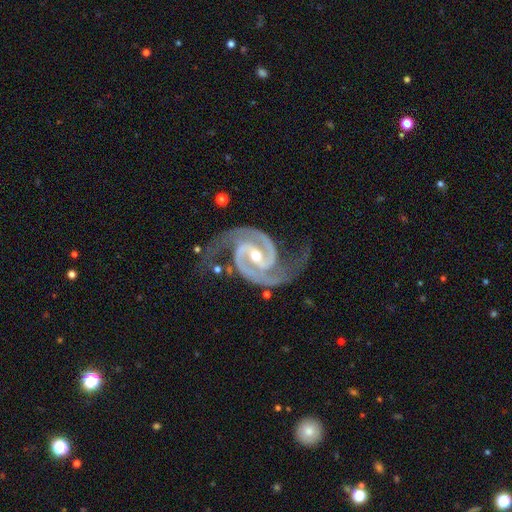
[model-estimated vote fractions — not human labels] Smooth or featured? Predicted: featured or disk (p=0.95). Edge-on disk? Predicted: no (p=0.98). Bar? Predicted: strong (p=0.44). Spiral arms? Predicted: yes (p=0.99). Spiral winding? Predicted: medium (p=0.59). Spiral arm count? Predicted: 2 (p=0.94). Bulge size? Predicted: moderate (p=0.52). Merging? Predicted: none (p=0.69).